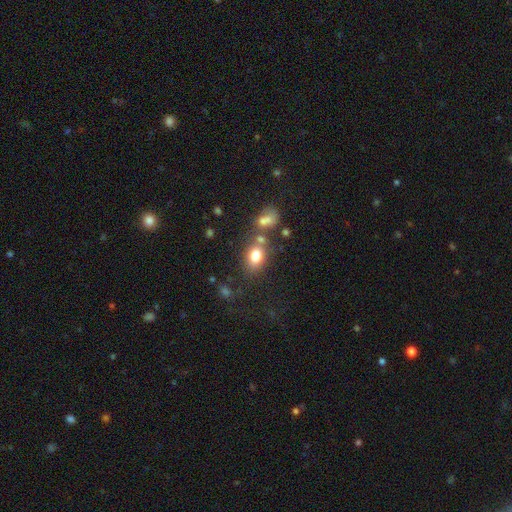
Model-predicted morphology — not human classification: type=smooth (77%); roundness=in between (68%); merging=none (59%).